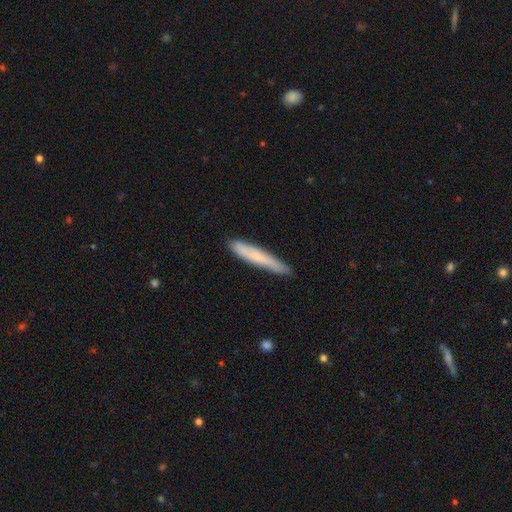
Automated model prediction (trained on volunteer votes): A smooth galaxy with no disk features (69%) that is cigar-shaped (94%). Merging: none (82%).